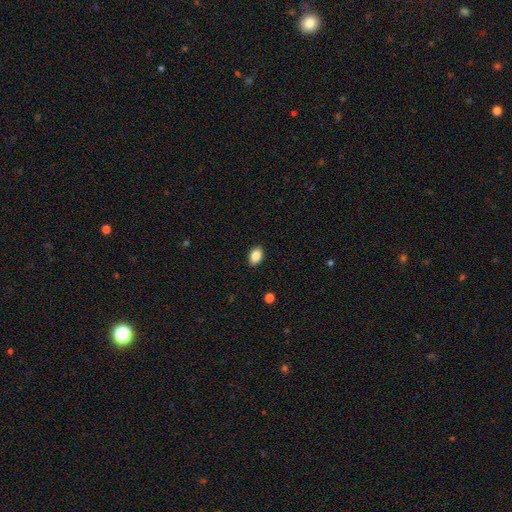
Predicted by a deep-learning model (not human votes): Smooth or featured?
  - smooth: 85% *
  - star or artifact: 8%
  - featured or disk: 7%
How rounded?
  - in between: 86% *
  - round: 13%
  - cigar-shaped: 1%
Merging?
  - none: 89% *
  - minor disturbance: 8%
  - major disturbance: 2%
  - merger: 1%